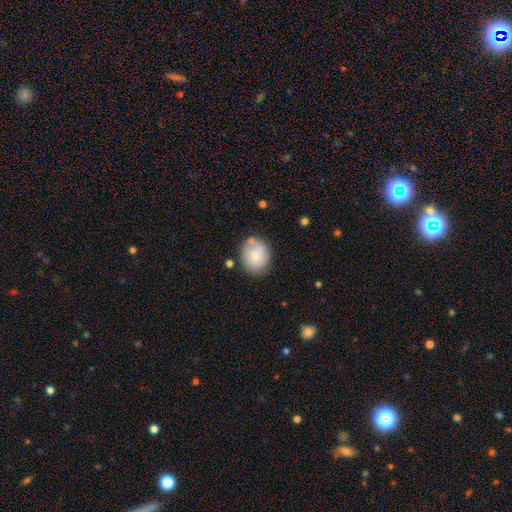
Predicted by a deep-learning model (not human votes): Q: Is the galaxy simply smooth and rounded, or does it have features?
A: smooth — 66%.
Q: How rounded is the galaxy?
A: round — 68%.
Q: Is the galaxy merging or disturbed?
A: none — 72%.